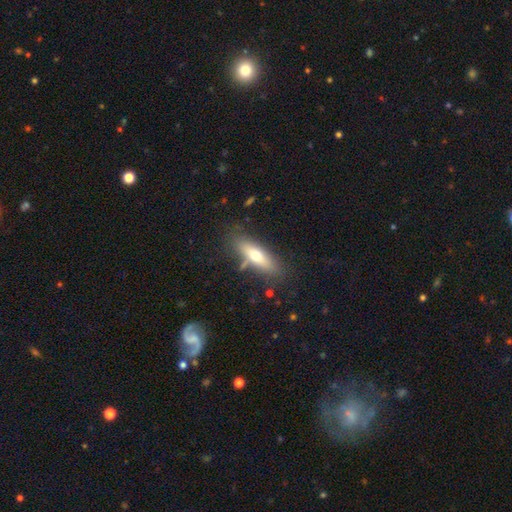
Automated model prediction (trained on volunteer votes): Smooth or featured?
  - smooth: 61% *
  - featured or disk: 32%
  - star or artifact: 7%
How rounded?
  - in between: 50% *
  - cigar-shaped: 47%
  - round: 3%
Merging?
  - none: 76% *
  - minor disturbance: 14%
  - merger: 6%
  - major disturbance: 4%